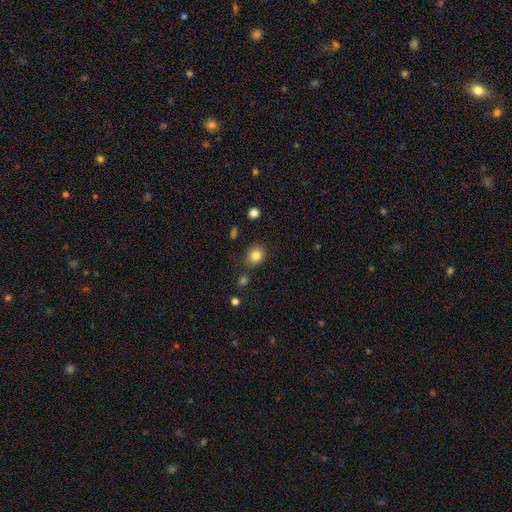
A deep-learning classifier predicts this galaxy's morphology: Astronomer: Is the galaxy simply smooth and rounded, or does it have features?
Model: smooth — 83%.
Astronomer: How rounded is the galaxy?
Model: round — 69%.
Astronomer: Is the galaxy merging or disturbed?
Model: none — 82%.